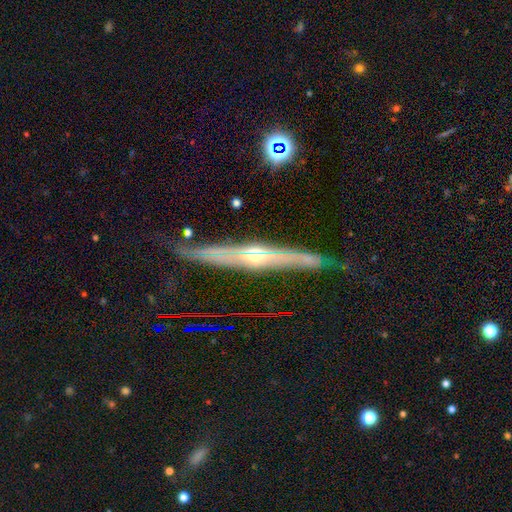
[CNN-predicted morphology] This appears to be a featured or disk galaxy (80%) viewed edge-on (89%) with a rounded central bulge (82%). Merging: none (79%).